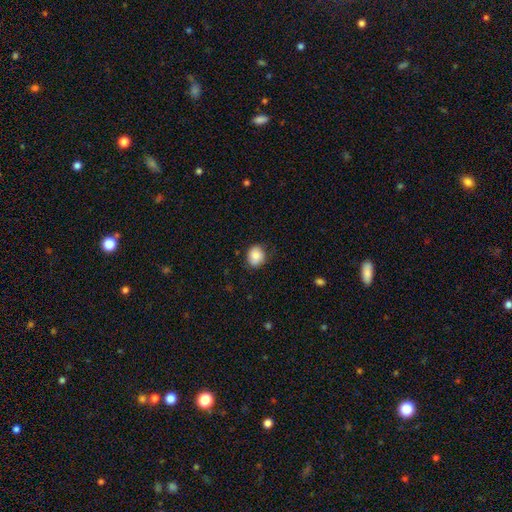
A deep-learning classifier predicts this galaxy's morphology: Smooth or featured: smooth — 85% (star or artifact — 8%)
How rounded: round — 63% (in between — 36%)
Merging: none — 78% (minor disturbance — 17%)